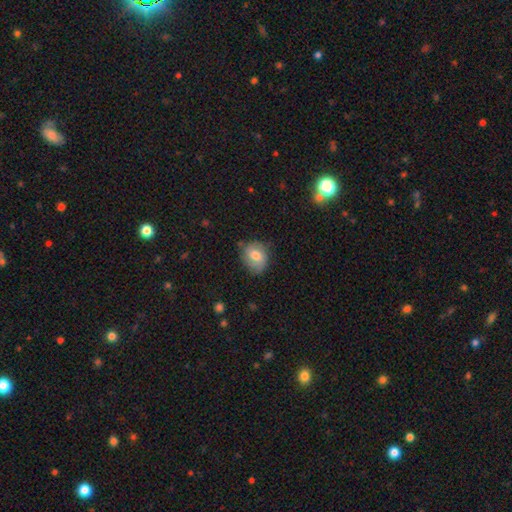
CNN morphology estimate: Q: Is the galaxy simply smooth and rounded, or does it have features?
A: smooth — 72%.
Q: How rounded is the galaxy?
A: round — 56%.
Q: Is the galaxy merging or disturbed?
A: none — 68%.